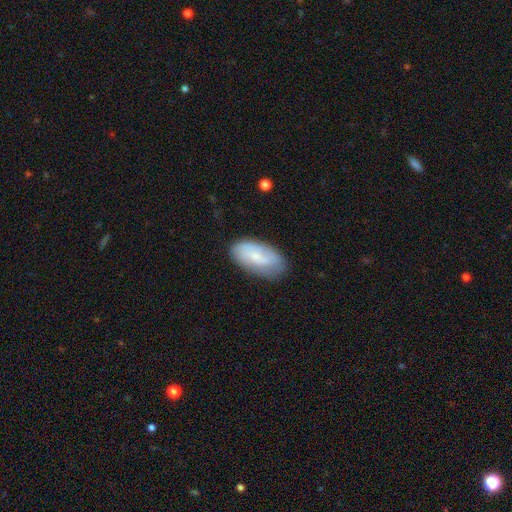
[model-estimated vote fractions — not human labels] This appears to be a smooth galaxy with no disk features (53%) that is in between round and cigar-shaped (92%). Merging: none (74%).